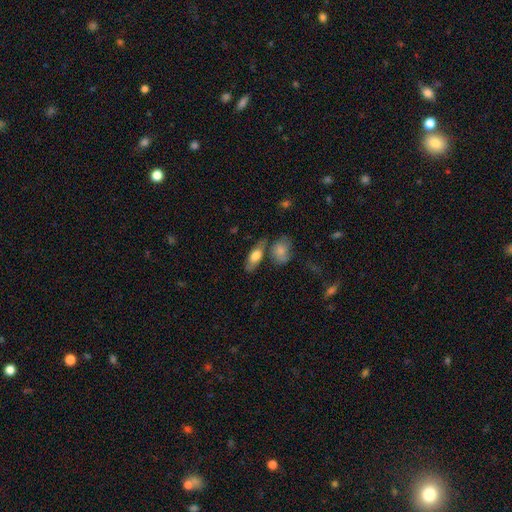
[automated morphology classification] Overall: smooth (69%). How rounded: in between (73%). Merging: none (62%).